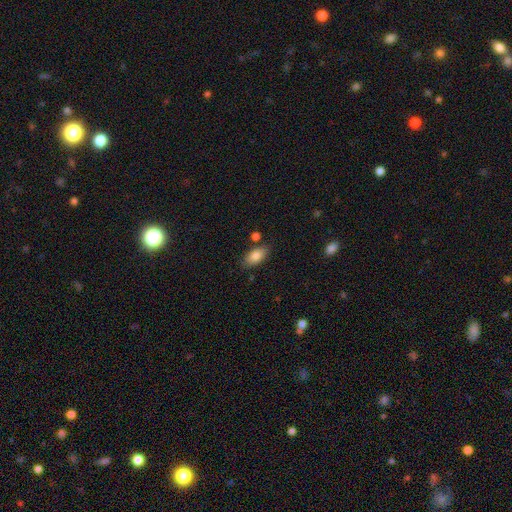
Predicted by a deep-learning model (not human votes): Q: Smooth or featured?
A: smooth (84%); runner-up: featured or disk (9%)
Q: How rounded?
A: in between (91%); runner-up: round (5%)
Q: Merging?
A: none (78%); runner-up: minor disturbance (13%)